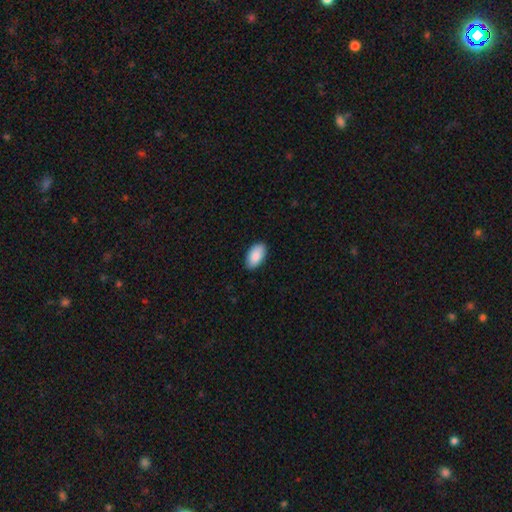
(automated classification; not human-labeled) A smooth galaxy with no disk features (88%) that is in between round and cigar-shaped (95%). Merging: none (88%).